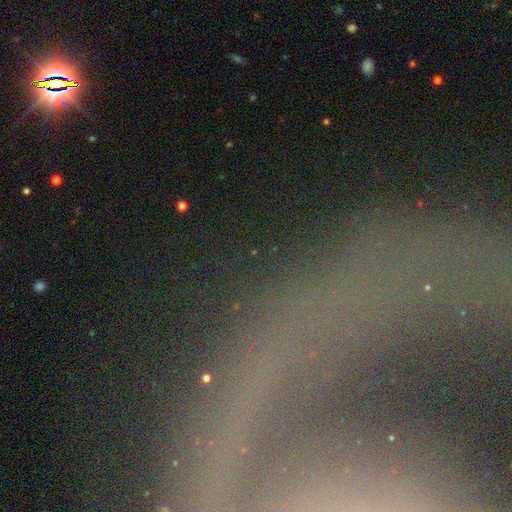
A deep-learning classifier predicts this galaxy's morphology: smooth-or-featured: star or artifact: 62% | featured or disk: 20% | smooth: 18%